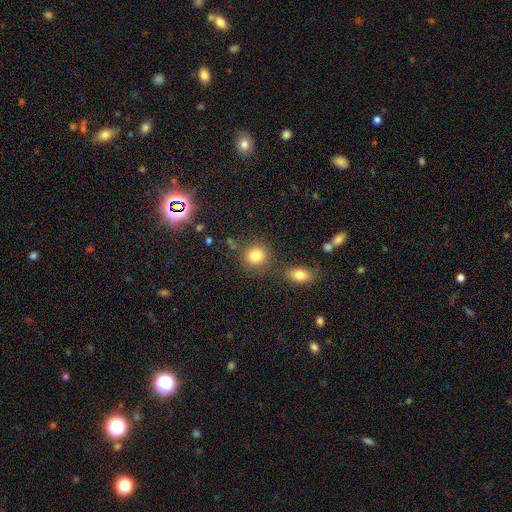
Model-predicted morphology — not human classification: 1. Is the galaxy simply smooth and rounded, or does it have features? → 82% smooth, 12% star or artifact, 7% featured or disk.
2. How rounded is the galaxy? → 84% round, 15% in between, 1% cigar-shaped.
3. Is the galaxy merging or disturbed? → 77% none, 10% minor disturbance, 9% merger, 4% major disturbance.